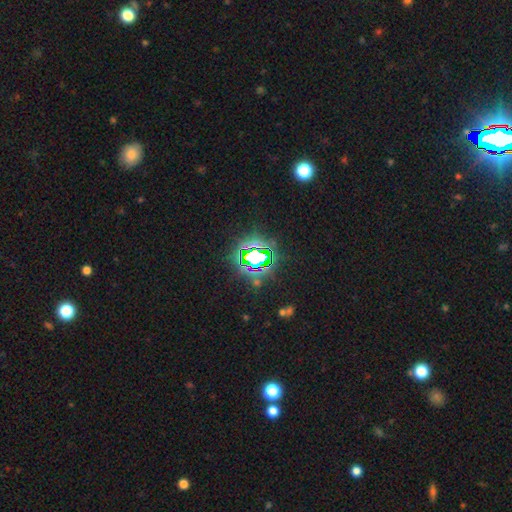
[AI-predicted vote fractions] A star or artifact, not a galaxy (76%).